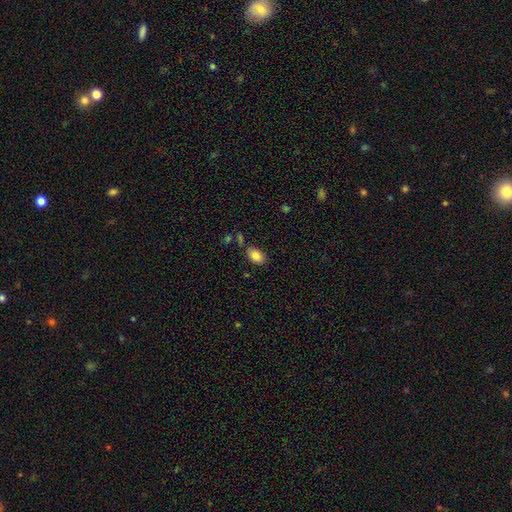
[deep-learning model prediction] The model was most divided on "merging": none: 75%, minor disturbance: 15%, merger: 6%, major disturbance: 4%. More confident: how rounded — in between (90%); smooth or featured — smooth (85%).